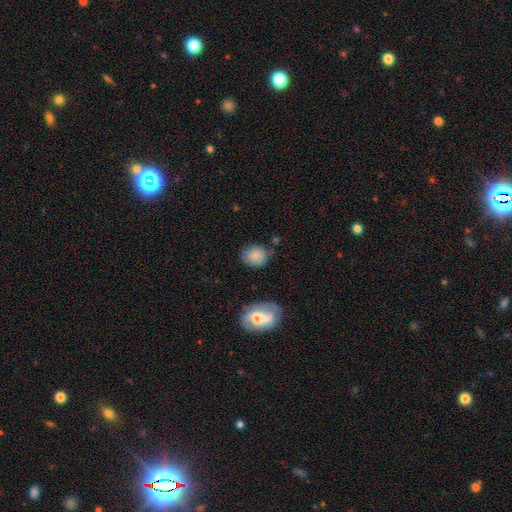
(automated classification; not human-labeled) smooth-or-featured: smooth: 82% | featured or disk: 9% | star or artifact: 8%
  how-rounded: round: 63% | in between: 36% | cigar-shaped: 1%
  merging: none: 70% | minor disturbance: 20% | major disturbance: 5% | merger: 4%